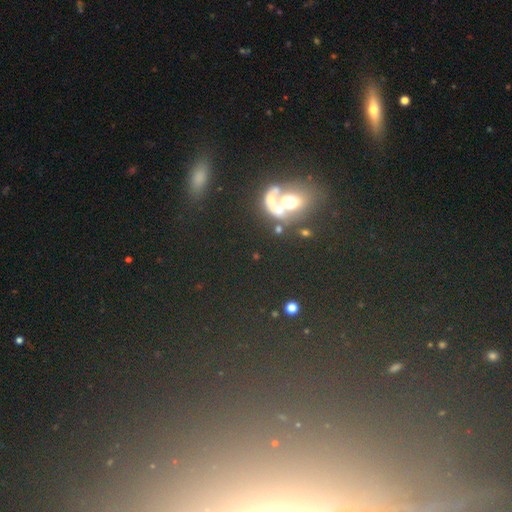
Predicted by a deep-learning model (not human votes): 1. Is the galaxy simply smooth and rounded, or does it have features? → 54% star or artifact, 30% smooth, 16% featured or disk.